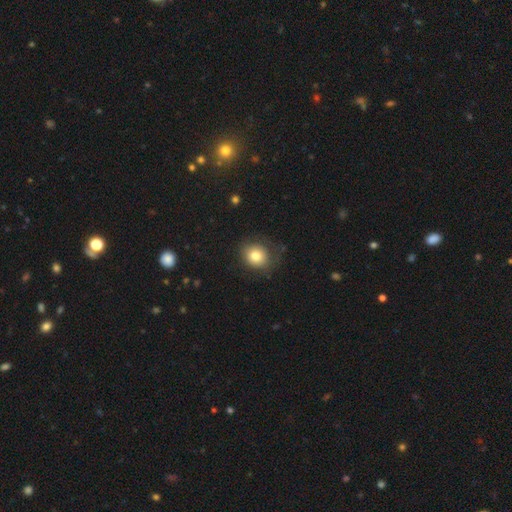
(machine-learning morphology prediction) A smooth galaxy with no disk features (79%) that is round (75%).

Vote fractions:
- Smooth or featured? smooth: 79% / featured or disk: 11% / star or artifact: 10%
- How rounded? round: 75% / in between: 24% / cigar-shaped: 1%
- Merging? none: 75% / minor disturbance: 17% / major disturbance: 7% / merger: 1%